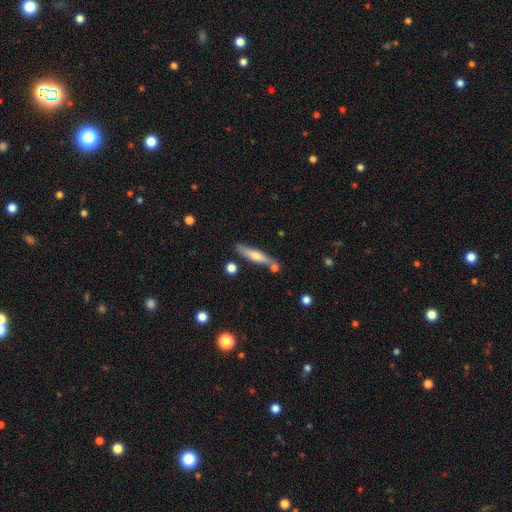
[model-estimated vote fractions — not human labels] A smooth galaxy with no disk features (51%) that is cigar-shaped (85%).

Vote fractions:
- Smooth or featured? smooth: 51% / featured or disk: 43% / star or artifact: 7%
- How rounded? cigar-shaped: 85% / in between: 13% / round: 2%
- Merging? none: 75% / minor disturbance: 13% / merger: 9% / major disturbance: 3%